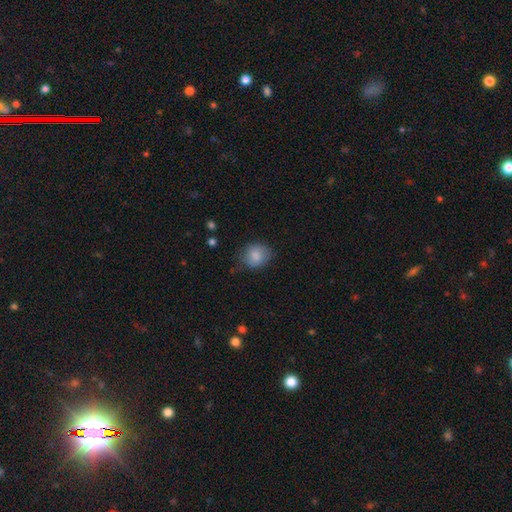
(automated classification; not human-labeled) The model was most divided on "how rounded": round: 69%, in between: 30%, cigar-shaped: 1%. More confident: smooth or featured — smooth (83%); merging — none (70%).